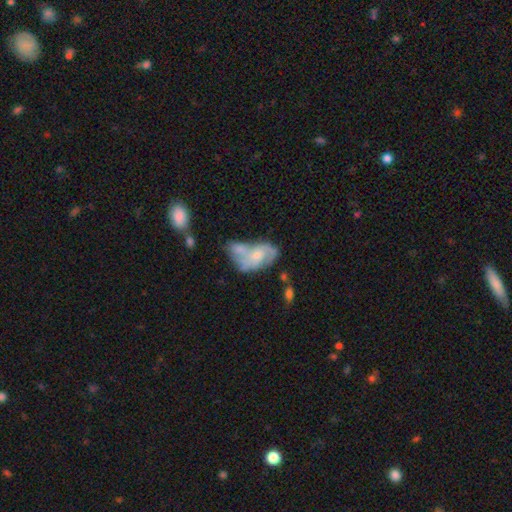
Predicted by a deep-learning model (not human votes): Q: Smooth or featured?
A: featured or disk (65%); runner-up: smooth (28%)
Q: Edge-on disk?
A: no (97%); runner-up: yes (3%)
Q: Bar?
A: no (71%); runner-up: weak (25%)
Q: Spiral arms?
A: yes (71%); runner-up: no (29%)
Q: Bulge size?
A: small (51%); runner-up: moderate (37%)
Q: Merging?
A: merger (47%); runner-up: none (21%)